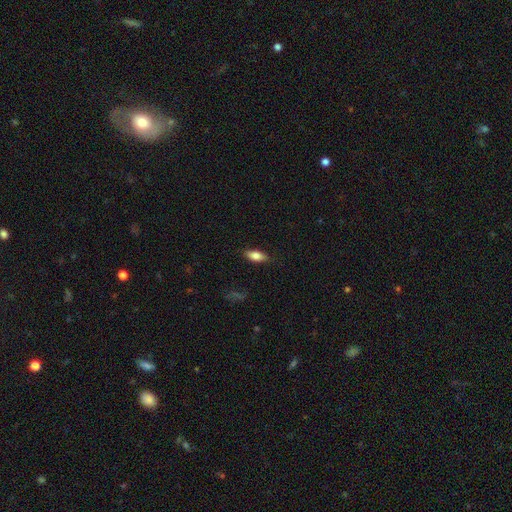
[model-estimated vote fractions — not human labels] smooth_or_featured: smooth (p=0.78) [alt: featured or disk p=0.15]
how_rounded: in between (p=0.81) [alt: cigar-shaped p=0.16]
merging: none (p=0.85) [alt: minor disturbance p=0.12]